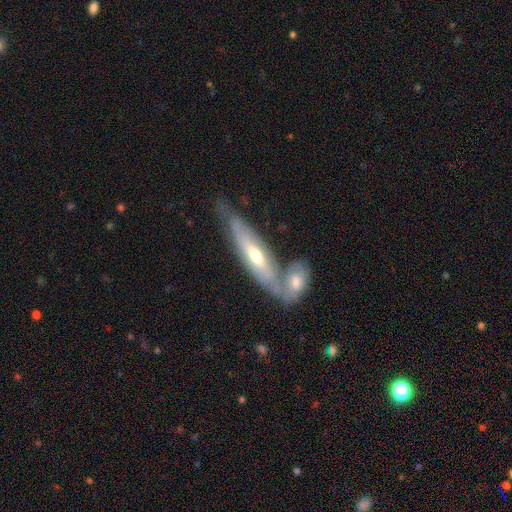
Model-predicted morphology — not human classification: The model was most divided on "merging": merger: 41%, none: 37%, minor disturbance: 16%, major disturbance: 6%. More confident: edge-on disk — yes (58%); smooth or featured — featured or disk (56%).